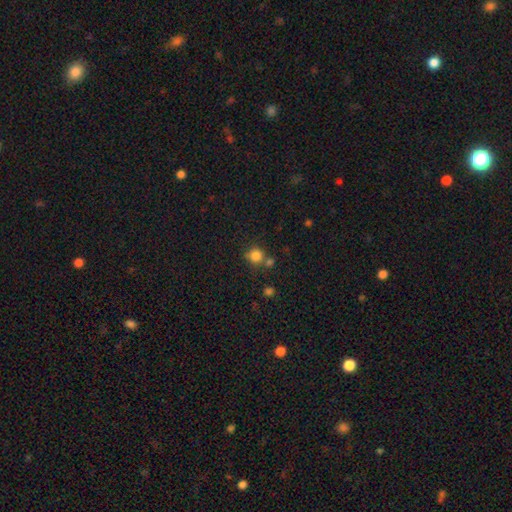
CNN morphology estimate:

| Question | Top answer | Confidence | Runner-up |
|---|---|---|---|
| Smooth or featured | smooth | 82% | star or artifact (13%) |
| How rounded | round | 88% | in between (11%) |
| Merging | none | 64% | merger (19%) |